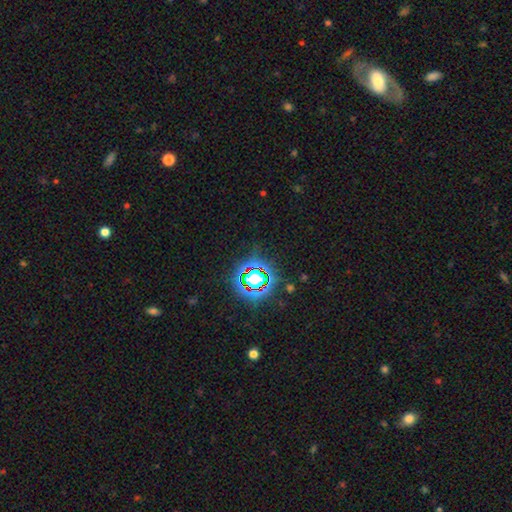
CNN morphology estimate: A star or artifact, not a galaxy (80%).

Vote fractions:
- Smooth or featured? star or artifact: 80% / smooth: 11% / featured or disk: 8%